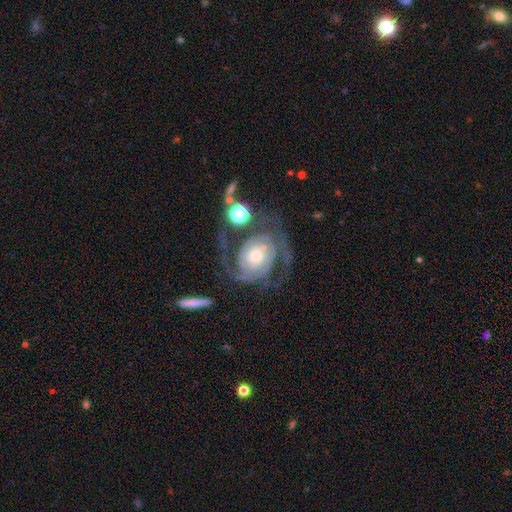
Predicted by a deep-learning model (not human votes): A featured or disk galaxy (91%) with no bar (67%), 2 (75%) tight (57%) spiral arms (98%) and a moderate central bulge (53%).

Vote fractions:
- Smooth or featured? featured or disk: 91% / smooth: 5% / star or artifact: 5%
- Edge-on disk? no: 98% / yes: 2%
- Bar? no: 67% / weak: 24% / strong: 9%
- Spiral arms? yes: 98% / no: 2%
- Spiral winding? tight: 57% / medium: 35% / loose: 8%
- Spiral arm count? 2: 75% / 3: 10% / can't tell: 7% / 1: 3% / 4: 3% / more than 4: 3%
- Bulge size? moderate: 53% / small: 30% / large: 12% / none: 3% / dominant: 2%
- Merging? none: 64% / minor disturbance: 16% / major disturbance: 15% / merger: 4%